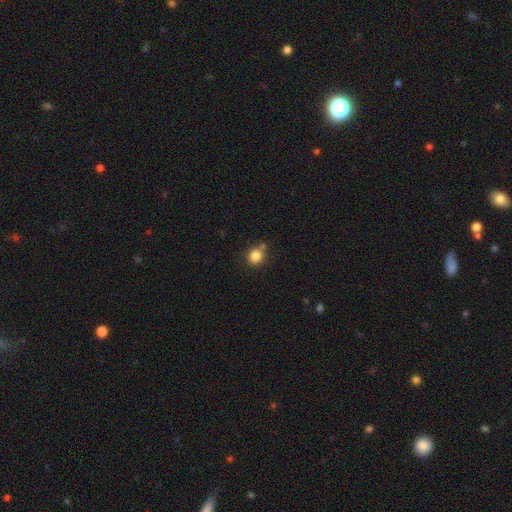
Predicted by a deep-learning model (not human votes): smooth-or-featured: smooth: 84% | star or artifact: 11% | featured or disk: 6%
  how-rounded: round: 81% | in between: 18% | cigar-shaped: 1%
  merging: none: 66% | minor disturbance: 16% | merger: 13% | major disturbance: 4%